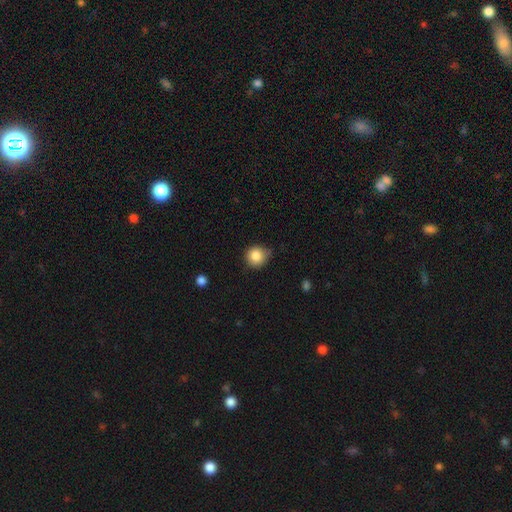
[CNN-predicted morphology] Overall: smooth (85%). How rounded: round (87%). Merging: none (71%).